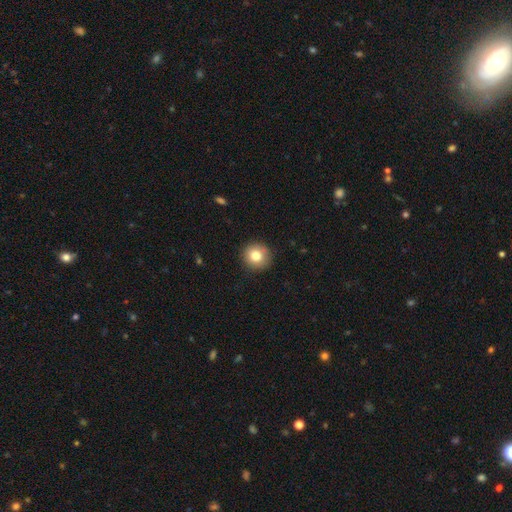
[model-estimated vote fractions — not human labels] A smooth galaxy with no disk features (80%) that is round (93%).

Vote fractions:
- Smooth or featured? smooth: 80% / star or artifact: 10% / featured or disk: 10%
- How rounded? round: 93% / in between: 6% / cigar-shaped: 1%
- Merging? none: 89% / minor disturbance: 8% / major disturbance: 2% / merger: 1%